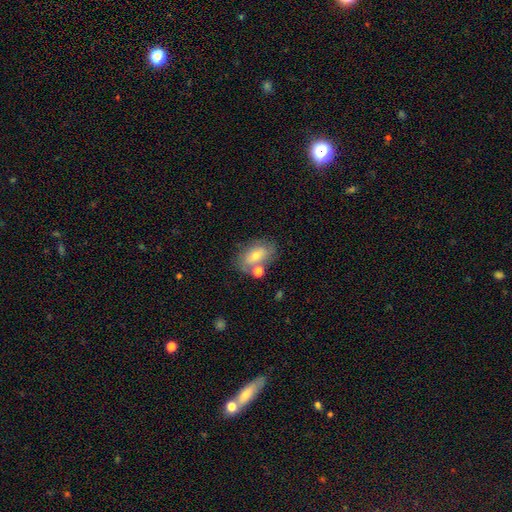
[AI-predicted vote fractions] Q: Smooth or featured?
A: smooth (58%); runner-up: featured or disk (32%)
Q: How rounded?
A: in between (85%); runner-up: round (12%)
Q: Merging?
A: none (61%); runner-up: minor disturbance (17%)